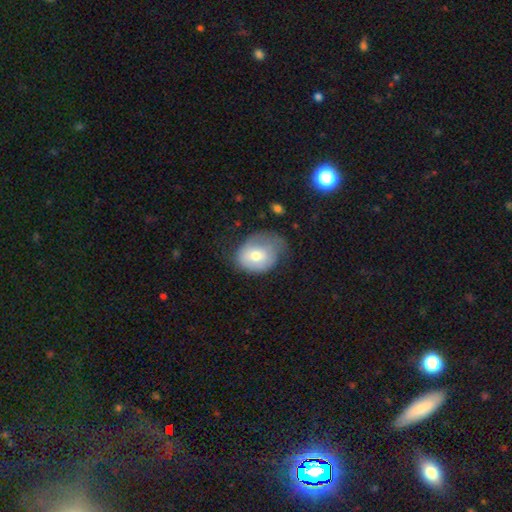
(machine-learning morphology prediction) smooth 64%, featured or disk 28%, star or artifact 7%. Down the decision tree: how rounded — in between (59%); merging — minor disturbance (39%).